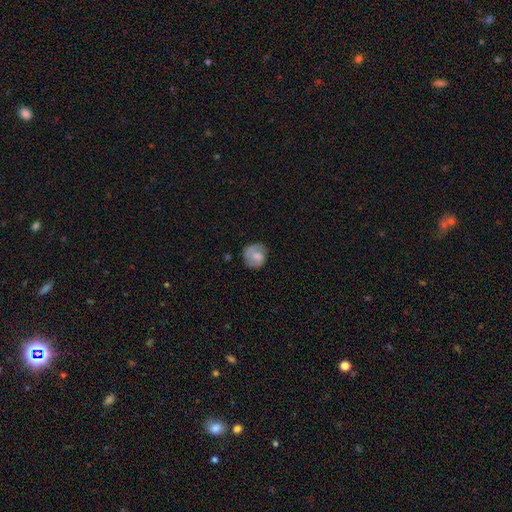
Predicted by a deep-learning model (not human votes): The model was most divided on "smooth or featured": smooth: 60%, featured or disk: 33%, star or artifact: 8%. More confident: how rounded — round (81%); merging — none (64%).